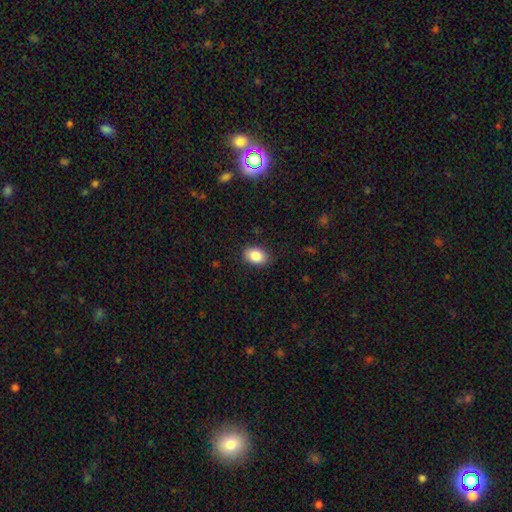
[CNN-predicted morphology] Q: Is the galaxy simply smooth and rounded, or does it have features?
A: smooth — 87%.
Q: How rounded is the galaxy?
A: in between — 83%.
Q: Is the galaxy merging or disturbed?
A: none — 86%.